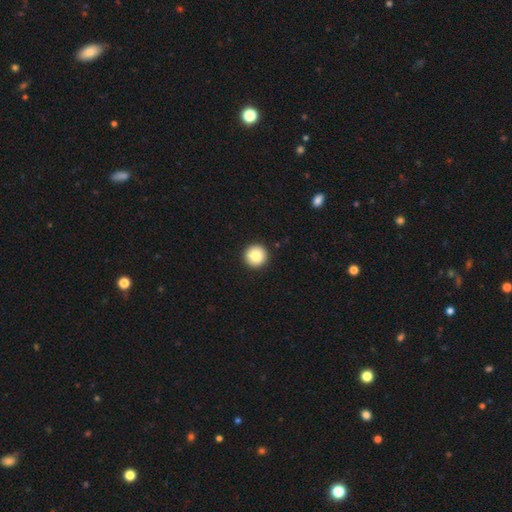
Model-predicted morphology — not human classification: Smooth or featured? smooth (86%)
How rounded? round (96%)
Merging? none (93%)